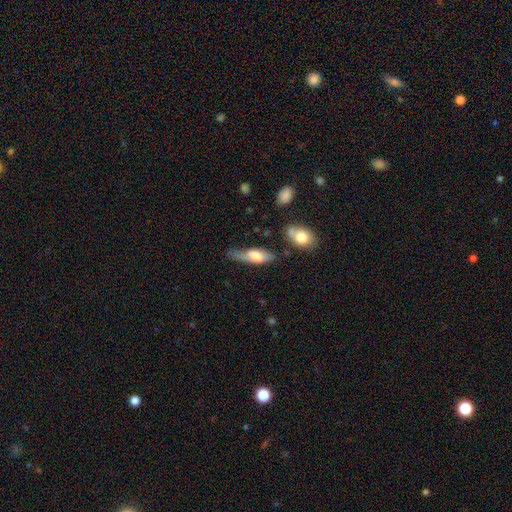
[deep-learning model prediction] smooth-or-featured: smooth: 60% | featured or disk: 34% | star or artifact: 7%
  how-rounded: in between: 57% | cigar-shaped: 40% | round: 3%
  merging: none: 39% | minor disturbance: 36% | major disturbance: 19% | merger: 7%